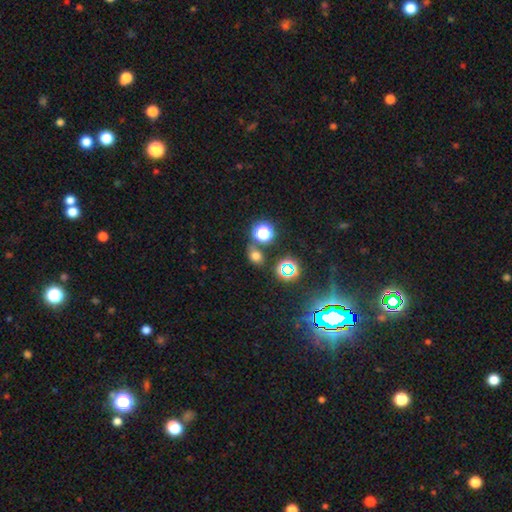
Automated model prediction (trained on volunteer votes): This appears to be a smooth galaxy with no disk features (62%) that is in between round and cigar-shaped (51%). Merging: none (71%).